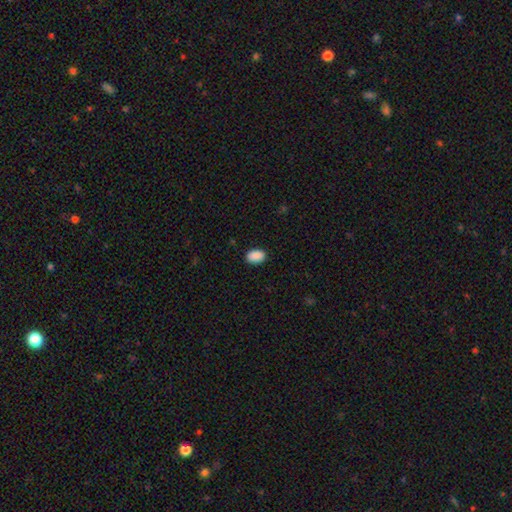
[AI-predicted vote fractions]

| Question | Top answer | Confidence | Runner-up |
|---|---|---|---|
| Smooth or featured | smooth | 90% | star or artifact (7%) |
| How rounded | in between | 89% | round (10%) |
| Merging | none | 89% | minor disturbance (8%) |